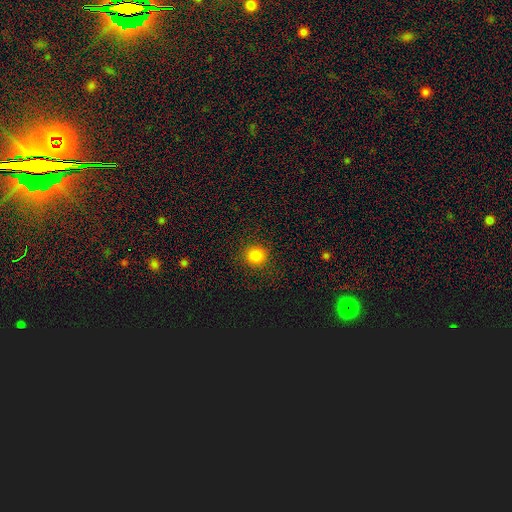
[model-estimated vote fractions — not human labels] Smooth or featured?
  - smooth: 83% *
  - star or artifact: 13%
  - featured or disk: 4%
How rounded?
  - round: 90% *
  - in between: 9%
  - cigar-shaped: 1%
Merging?
  - none: 90% *
  - minor disturbance: 6%
  - major disturbance: 3%
  - merger: 1%